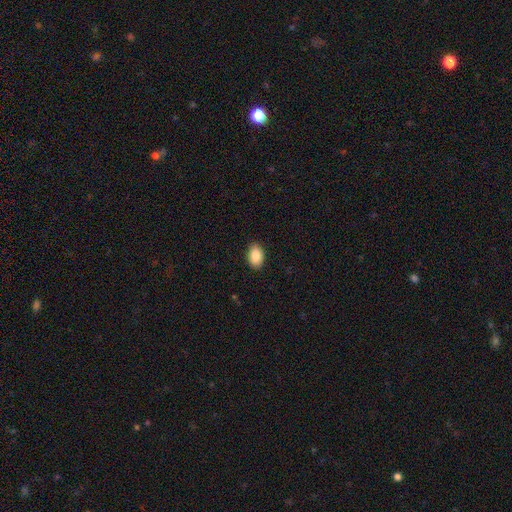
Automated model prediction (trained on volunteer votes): This is clearly a smooth galaxy (87%). How rounded: clearly in between (90%). Merging: clearly none (89%).